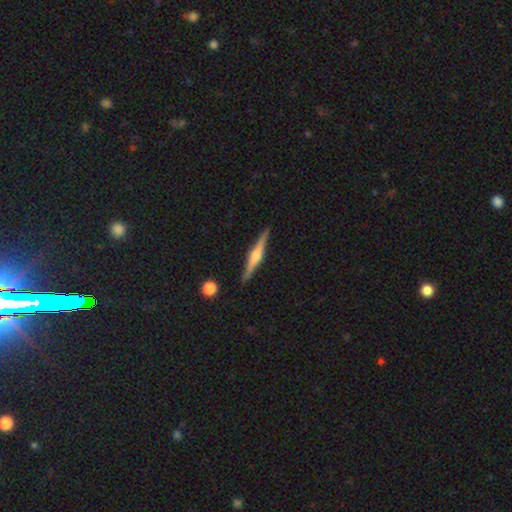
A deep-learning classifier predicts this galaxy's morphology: This appears to be a featured or disk galaxy (79%) viewed edge-on (98%) with a rounded central bulge (84%). Merging: none (91%).